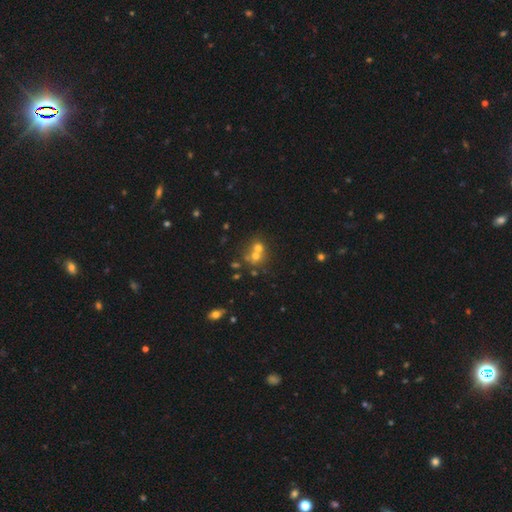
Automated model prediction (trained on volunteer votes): smooth-or-featured: smooth: 57% | featured or disk: 23% | star or artifact: 20%
  how-rounded: round: 77% | in between: 22% | cigar-shaped: 1%
  merging: merger: 54% | none: 36% | minor disturbance: 6% | major disturbance: 3%